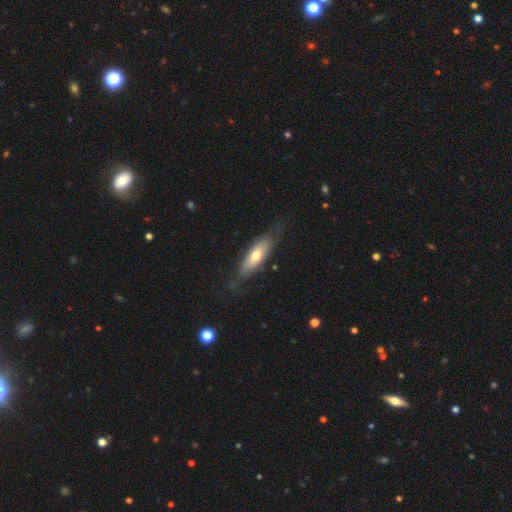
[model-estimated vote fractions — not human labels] The model was most divided on "how rounded": in between: 52%, cigar-shaped: 45%, round: 2%. More confident: merging — none (66%); smooth or featured — smooth (55%).